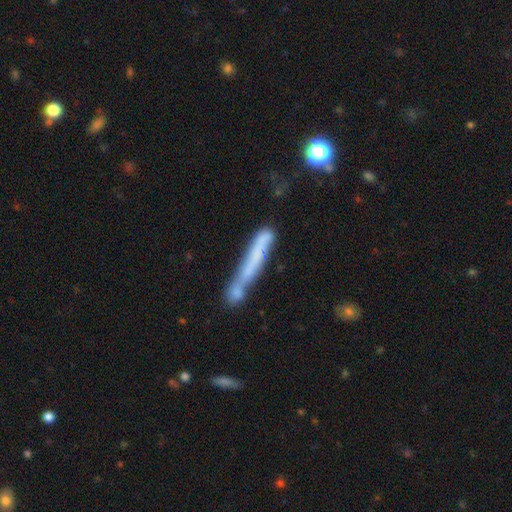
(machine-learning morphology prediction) The model was most divided on "smooth or featured": smooth: 52%, featured or disk: 39%, star or artifact: 9%. Remaining: how rounded — cigar-shaped (95%); merging — none (43%).